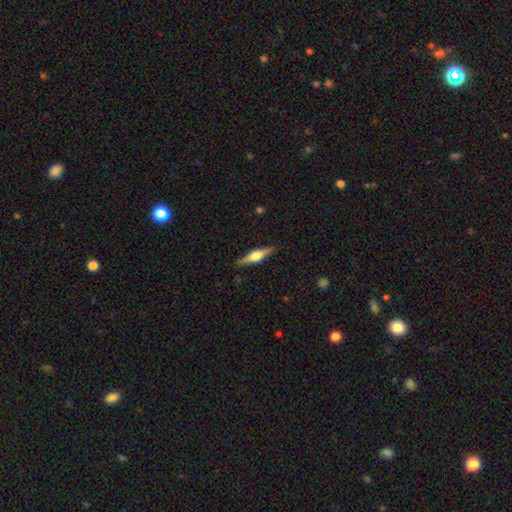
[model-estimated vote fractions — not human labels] Q: Smooth or featured?
A: featured or disk (65%); runner-up: smooth (30%)
Q: Edge-on disk?
A: yes (97%); runner-up: no (3%)
Q: Edge-on bulge?
A: rounded (92%); runner-up: boxy (6%)
Q: Merging?
A: none (88%); runner-up: minor disturbance (9%)